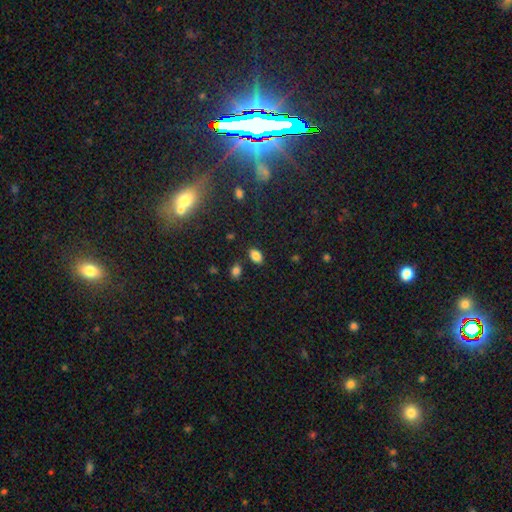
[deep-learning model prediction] Smooth or featured: smooth — 84% (star or artifact — 11%)
How rounded: in between — 88% (round — 11%)
Merging: none — 82% (minor disturbance — 11%)